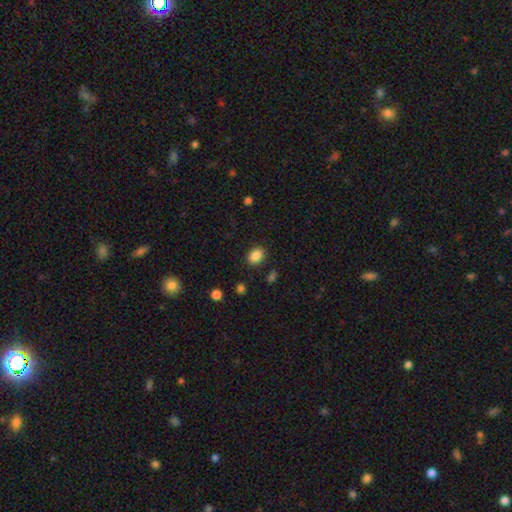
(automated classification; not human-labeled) This appears to be a smooth galaxy with no disk features (86%) that is in between round and cigar-shaped (65%). Merging: none (85%).